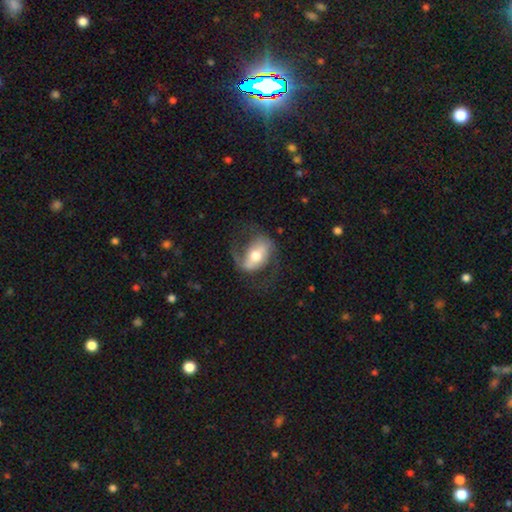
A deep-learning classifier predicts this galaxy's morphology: Overall: featured or disk (70%). Edge-on disk: no (94%). Bar: strong (41%; weak 33%). Spiral arms: yes (81%). Spiral arm count: 2 (81%). Spiral winding: medium (44%; loose 42%). Bulge size: moderate (69%). Merging: none (59%; major disturbance 21%).